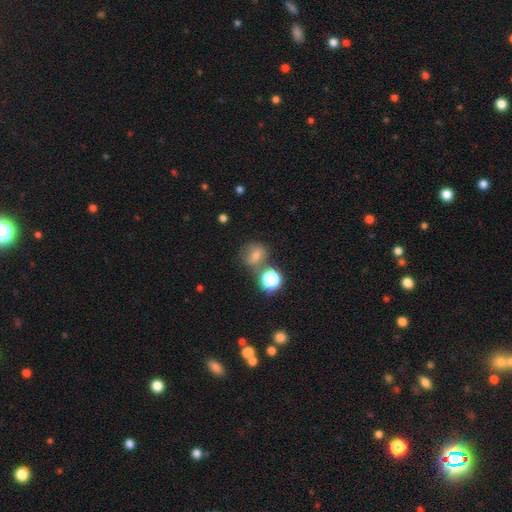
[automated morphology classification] smooth 47%, star or artifact 34%, featured or disk 19%. Down the decision tree: merging — none (68%).